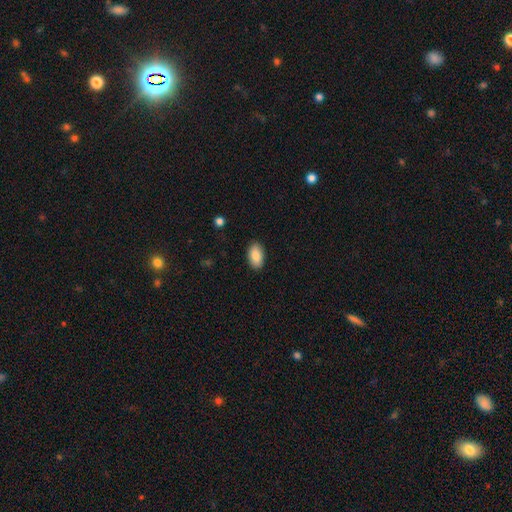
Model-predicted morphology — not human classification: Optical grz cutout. It shows a smooth galaxy with no disk features (87%) that is in between round and cigar-shaped (94%). Merging: none (89%).